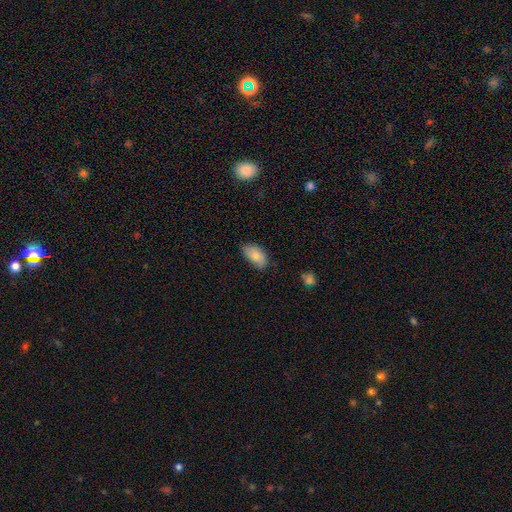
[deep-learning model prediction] This is clearly a smooth galaxy (83%). How rounded: clearly in between (94%). Merging: likely none (69%).